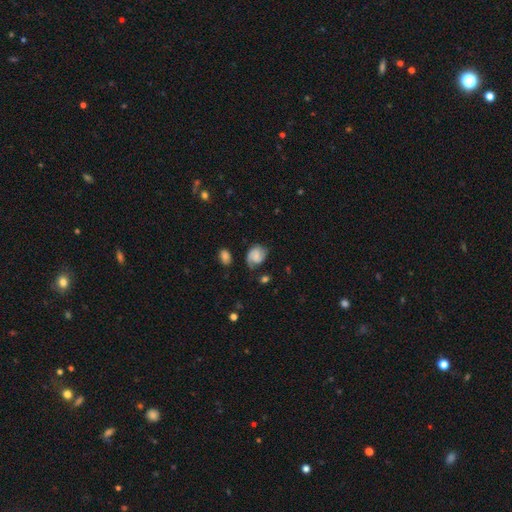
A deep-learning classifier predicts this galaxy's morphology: Q: Smooth or featured?
A: featured or disk (53%); runner-up: smooth (38%)
Q: Edge-on disk?
A: no (97%); runner-up: yes (3%)
Q: Bar?
A: no (53%); runner-up: weak (38%)
Q: Spiral arms?
A: yes (91%); runner-up: no (9%)
Q: Bulge size?
A: none (37%); runner-up: small (35%)
Q: Merging?
A: none (59%); runner-up: minor disturbance (26%)